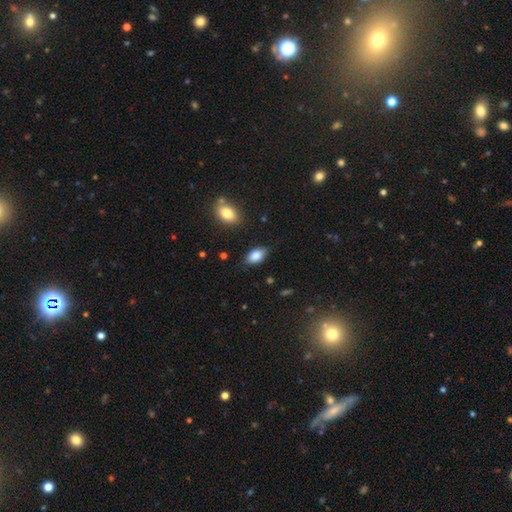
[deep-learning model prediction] Smooth or featured? Predicted: smooth (p=0.86). How rounded? Predicted: in between (p=0.93). Merging? Predicted: none (p=0.81).